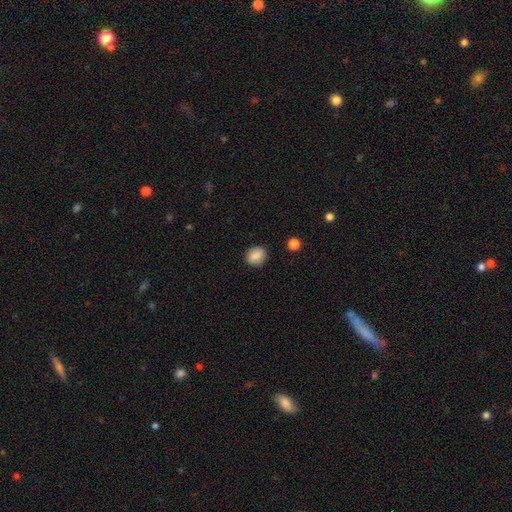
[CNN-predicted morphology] Smooth or featured? Predicted: smooth (p=0.84). How rounded? Predicted: round (p=0.72). Merging? Predicted: none (p=0.85).